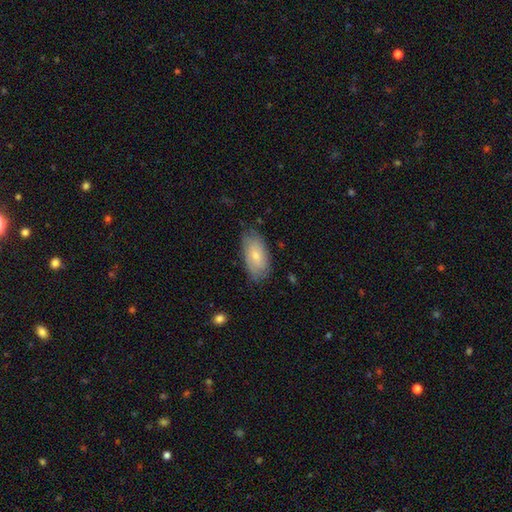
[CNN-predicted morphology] Smooth or featured: smooth — 67% (featured or disk — 27%)
How rounded: in between — 92% (cigar-shaped — 5%)
Merging: none — 74% (minor disturbance — 20%)